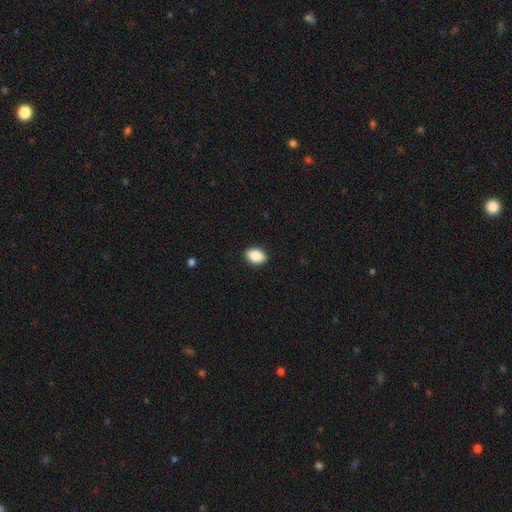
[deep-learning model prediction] Smooth or featured? smooth (87%)
How rounded? in between (85%)
Merging? none (90%)